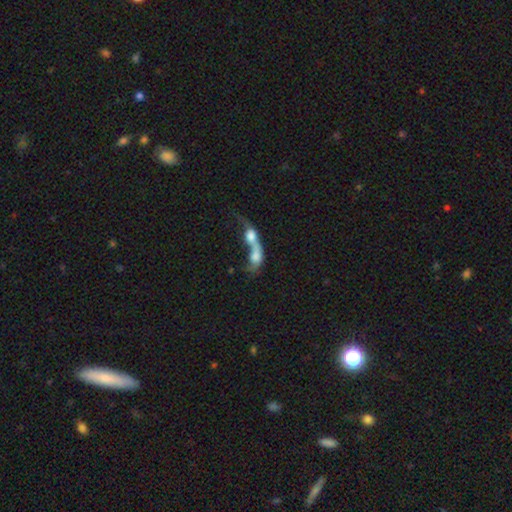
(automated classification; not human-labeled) smooth_or_featured: smooth (p=0.55) [alt: featured or disk p=0.35]
how_rounded: in between (p=0.60) [alt: round p=0.26]
merging: merger (p=0.82) [alt: major disturbance p=0.09]